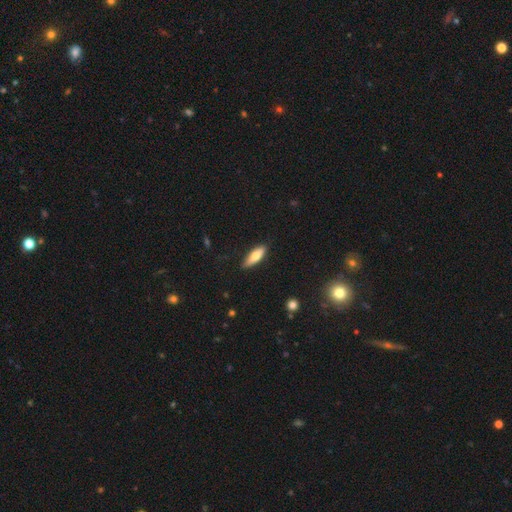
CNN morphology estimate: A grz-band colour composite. It shows a smooth galaxy with no disk features (67%) that is in between round and cigar-shaped (51%). Merging: none (83%).